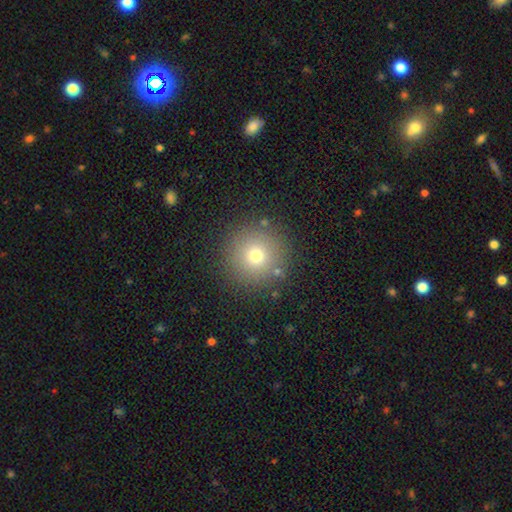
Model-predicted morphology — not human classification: Smooth or featured: smooth — 74% (star or artifact — 15%)
How rounded: round — 96% (in between — 3%)
Merging: none — 88% (minor disturbance — 7%)